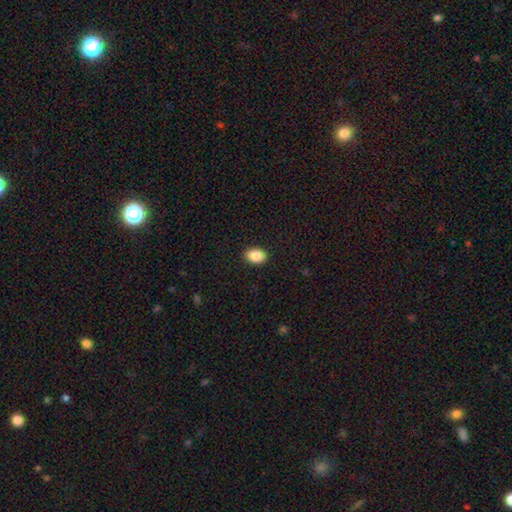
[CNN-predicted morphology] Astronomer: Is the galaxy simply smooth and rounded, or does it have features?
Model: smooth — 89%.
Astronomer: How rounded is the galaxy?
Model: in between — 80%.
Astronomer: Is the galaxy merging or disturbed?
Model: none — 90%.